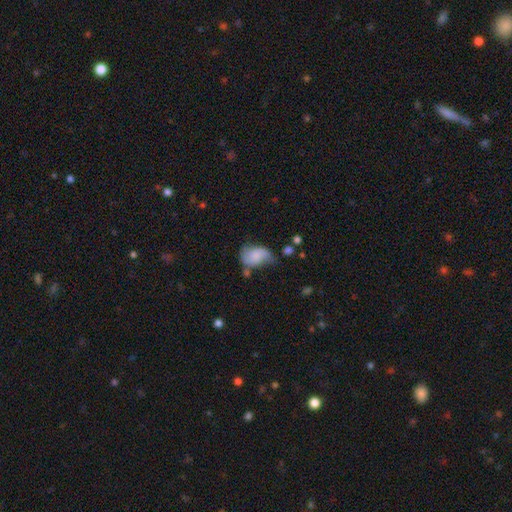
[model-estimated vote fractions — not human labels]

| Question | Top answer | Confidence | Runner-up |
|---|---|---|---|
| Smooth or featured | smooth | 58% | featured or disk (33%) |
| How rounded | in between | 84% | round (15%) |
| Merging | minor disturbance | 36% | none (35%) |